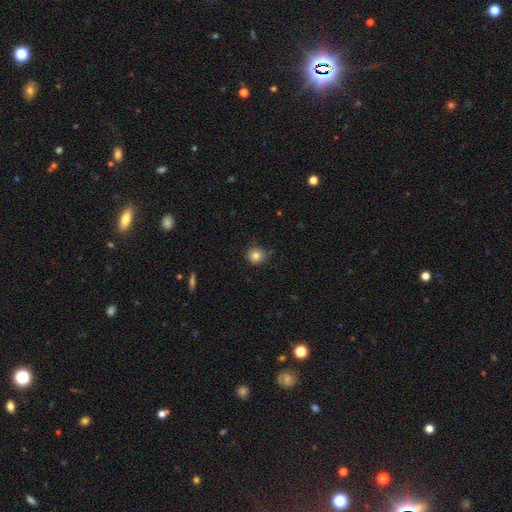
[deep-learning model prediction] A smooth galaxy with no disk features (82%) that is round (88%).

Vote fractions:
- Smooth or featured? smooth: 82% / star or artifact: 11% / featured or disk: 7%
- How rounded? round: 88% / in between: 11% / cigar-shaped: 1%
- Merging? none: 74% / minor disturbance: 20% / major disturbance: 3% / merger: 2%